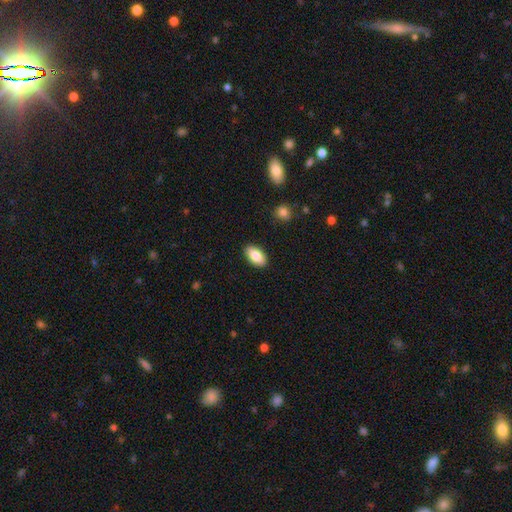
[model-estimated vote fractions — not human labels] smooth_or_featured: smooth (p=0.84) [alt: featured or disk p=0.09]
how_rounded: in between (p=0.93) [alt: cigar-shaped p=0.03]
merging: none (p=0.89) [alt: minor disturbance p=0.08]